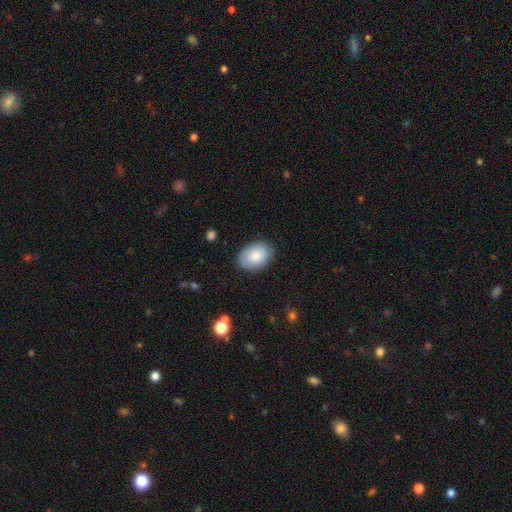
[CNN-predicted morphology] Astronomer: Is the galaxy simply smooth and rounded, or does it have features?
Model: smooth — 81%.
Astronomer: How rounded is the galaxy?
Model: in between — 82%.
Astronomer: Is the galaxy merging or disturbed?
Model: none — 82%.